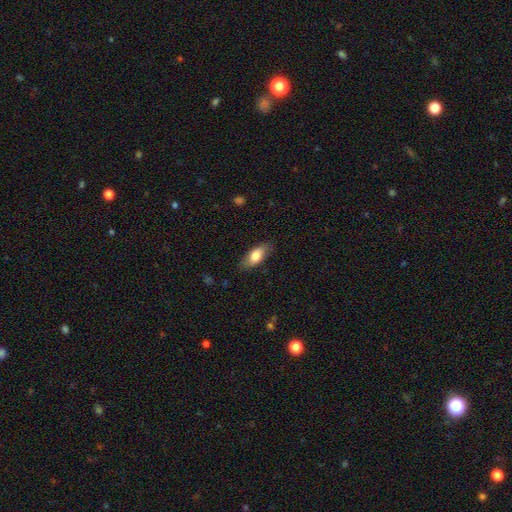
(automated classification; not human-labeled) This appears to be a smooth galaxy with no disk features (76%) that is in between round and cigar-shaped (81%). Merging: none (83%).